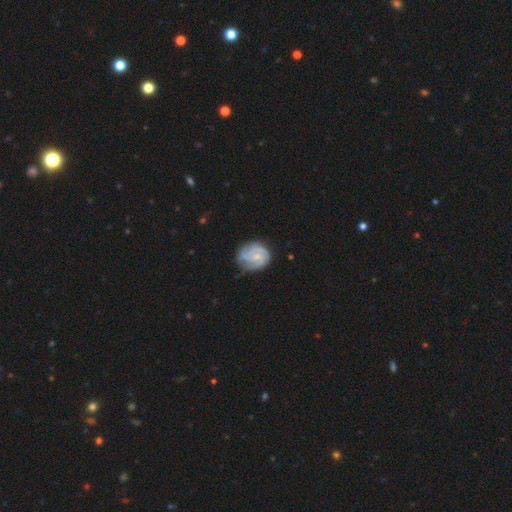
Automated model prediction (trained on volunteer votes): smooth-or-featured: featured or disk: 76% | smooth: 18% | star or artifact: 5%
  disk-edge-on: no: 98% | yes: 2%
    bar: no: 61% | weak: 34% | strong: 5%
    has-spiral-arms: yes: 94% | no: 6%
      spiral-winding: tight: 53% | medium: 37% | loose: 10%
      spiral-arm-count: 3: 33% | 2: 32% | can't tell: 21% | 4: 6% | 1: 4% | more than 4: 4%
    bulge-size: small: 64% | moderate: 27% | none: 7% | large: 1% | dominant: 1%
  merging: none: 62% | minor disturbance: 27% | major disturbance: 10% | merger: 2%